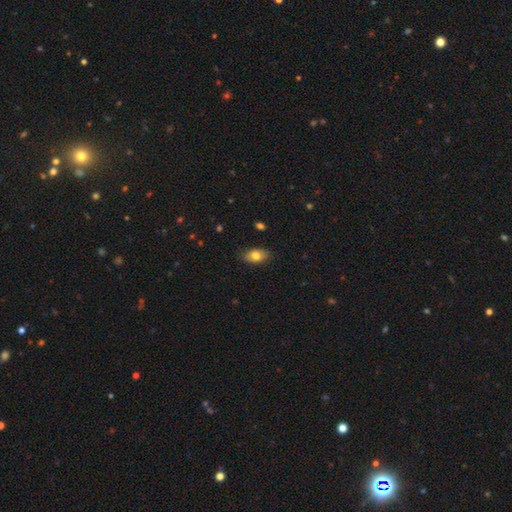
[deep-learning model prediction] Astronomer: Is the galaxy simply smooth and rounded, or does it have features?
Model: smooth — 78%.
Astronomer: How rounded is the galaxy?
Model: in between — 90%.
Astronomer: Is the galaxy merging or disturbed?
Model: none — 83%.